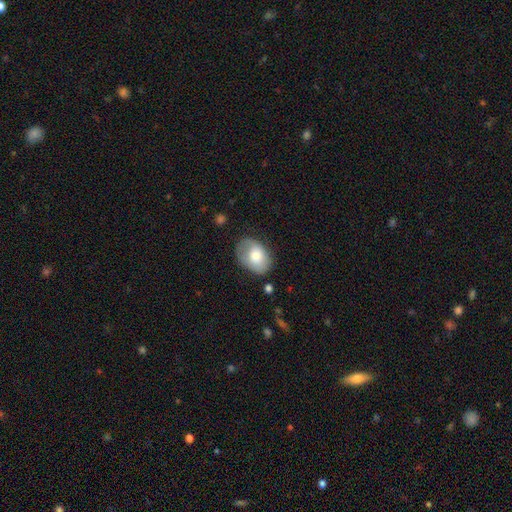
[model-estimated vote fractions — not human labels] Q: Smooth or featured?
A: smooth (71%); runner-up: featured or disk (22%)
Q: How rounded?
A: in between (80%); runner-up: round (19%)
Q: Merging?
A: none (61%); runner-up: minor disturbance (27%)